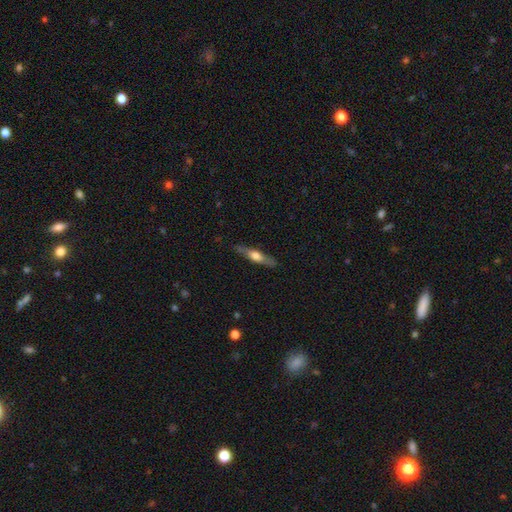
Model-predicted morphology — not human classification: smooth_or_featured: featured or disk (p=0.56) [alt: smooth p=0.38]
disk_edge_on: yes (p=0.90) [alt: no p=0.10]
edge_on_bulge: rounded (p=0.87) [alt: boxy p=0.08]
merging: none (p=0.84) [alt: minor disturbance p=0.12]